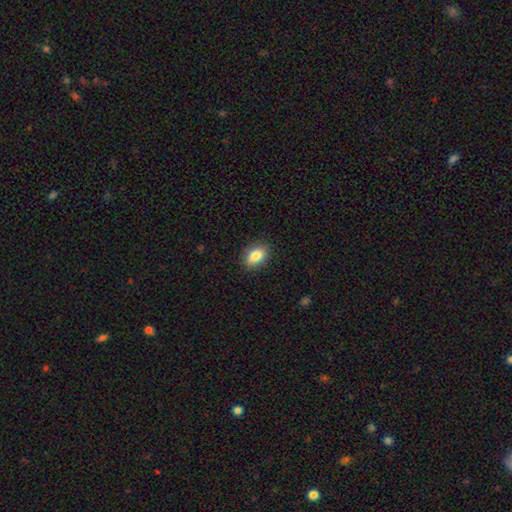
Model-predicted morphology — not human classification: smooth_or_featured: smooth (p=0.84) [alt: featured or disk p=0.08]
how_rounded: in between (p=0.86) [alt: round p=0.12]
merging: none (p=0.88) [alt: minor disturbance p=0.09]